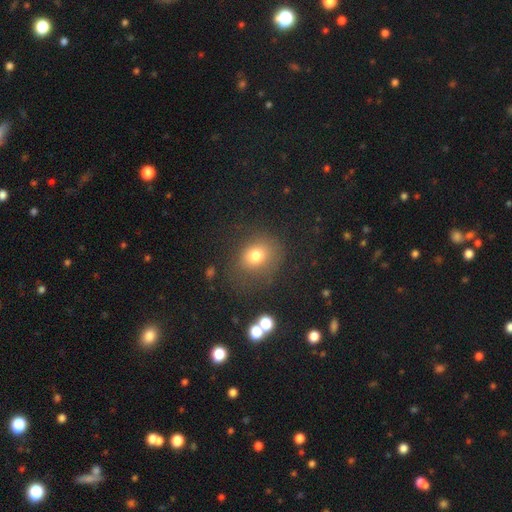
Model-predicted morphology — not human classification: smooth_or_featured: smooth (p=0.74) [alt: star or artifact p=0.15]
how_rounded: round (p=0.61) [alt: in between p=0.38]
merging: none (p=0.67) [alt: minor disturbance p=0.18]